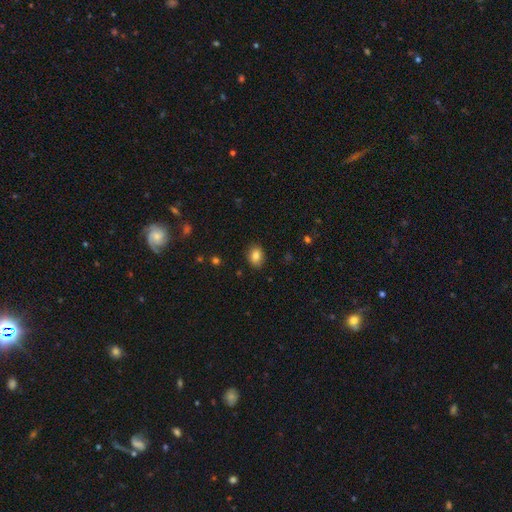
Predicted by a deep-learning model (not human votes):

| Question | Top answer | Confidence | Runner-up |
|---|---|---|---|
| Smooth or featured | smooth | 83% | star or artifact (10%) |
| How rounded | in between | 59% | round (40%) |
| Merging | none | 88% | minor disturbance (9%) |